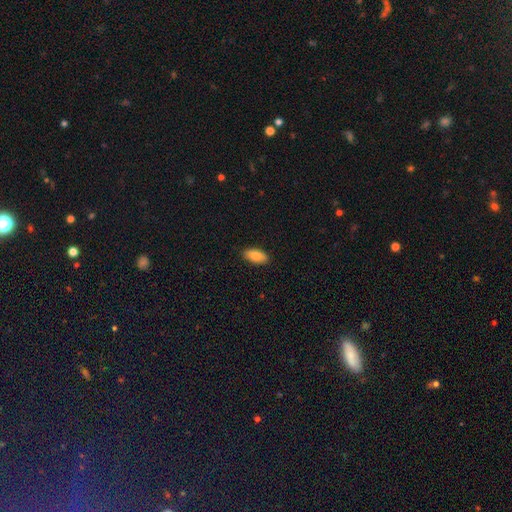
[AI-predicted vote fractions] Smooth or featured: smooth — 86% (featured or disk — 8%)
How rounded: in between — 90% (cigar-shaped — 8%)
Merging: none — 89% (minor disturbance — 9%)